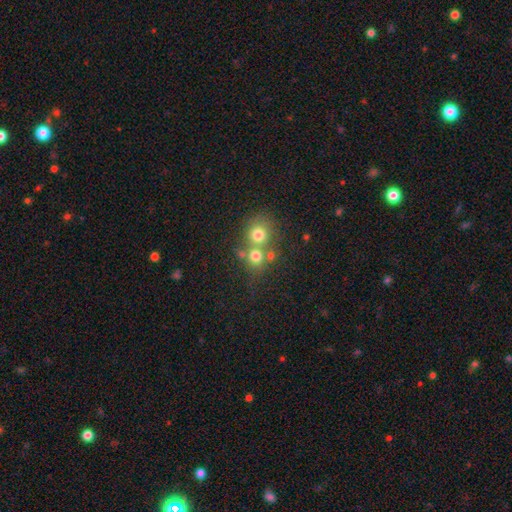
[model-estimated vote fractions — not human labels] Smooth or featured? smooth (70%)
How rounded? round (84%)
Merging? merger (46%)